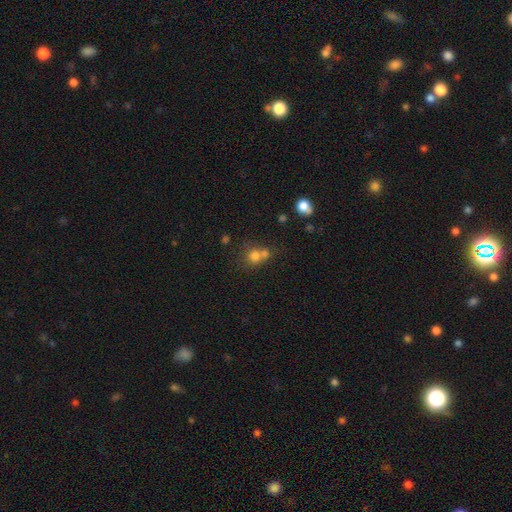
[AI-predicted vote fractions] This is likely a smooth galaxy (73%). How rounded: likely round (78%). Merging: possibly merger (52%).